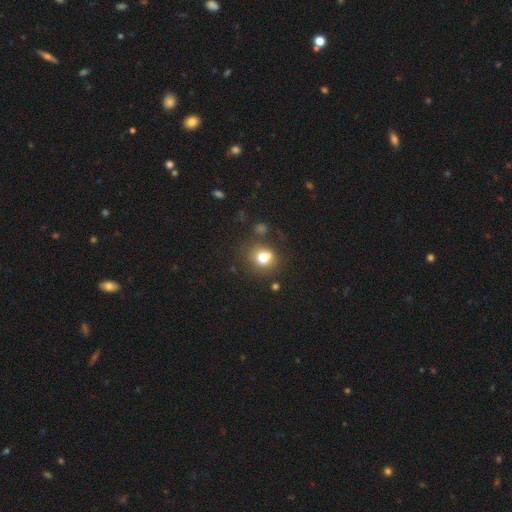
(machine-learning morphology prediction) A smooth galaxy with no disk features (70%) that is round (80%).

Vote fractions:
- Smooth or featured? smooth: 70% / star or artifact: 21% / featured or disk: 8%
- How rounded? round: 80% / in between: 19% / cigar-shaped: 1%
- Merging? none: 78% / minor disturbance: 10% / merger: 8% / major disturbance: 4%